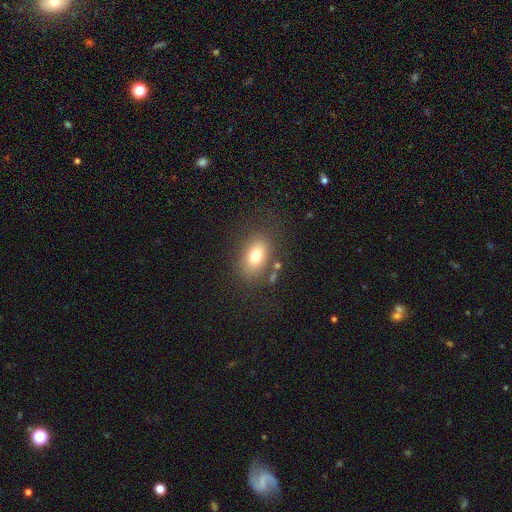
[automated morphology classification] Smooth or featured? smooth (76%)
How rounded? in between (83%)
Merging? none (77%)